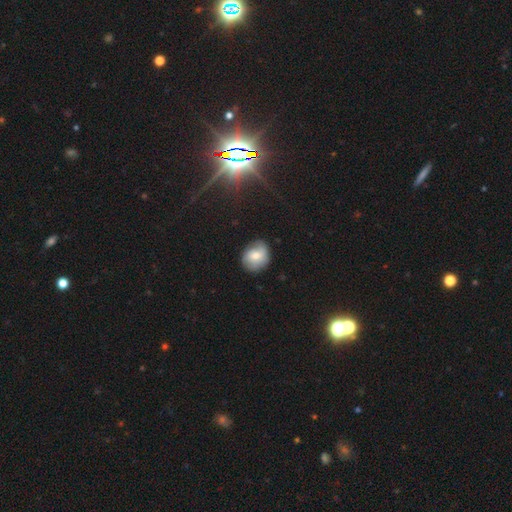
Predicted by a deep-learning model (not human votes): smooth-or-featured: smooth: 67% | featured or disk: 25% | star or artifact: 9%
  how-rounded: round: 65% | in between: 34% | cigar-shaped: 1%
  merging: none: 75% | minor disturbance: 20% | major disturbance: 4% | merger: 1%